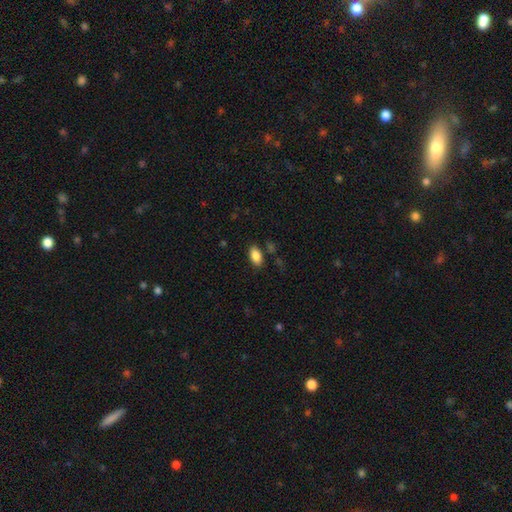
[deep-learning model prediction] smooth-or-featured: smooth: 87% | star or artifact: 8% | featured or disk: 5%
  how-rounded: in between: 93% | round: 4% | cigar-shaped: 3%
  merging: none: 83% | minor disturbance: 11% | merger: 4% | major disturbance: 3%